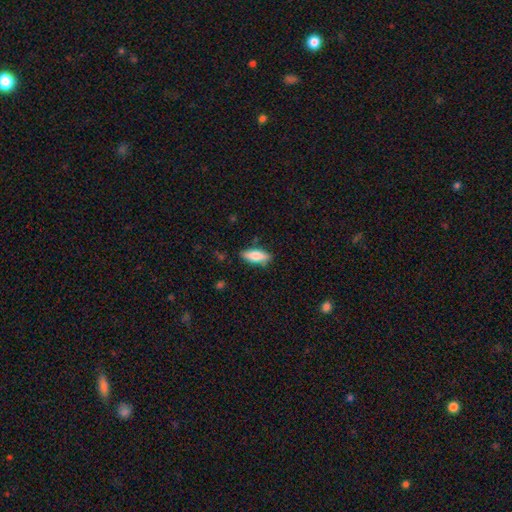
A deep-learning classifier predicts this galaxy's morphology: Smooth or featured?
  - smooth: 79% *
  - featured or disk: 15%
  - star or artifact: 6%
How rounded?
  - in between: 70% *
  - cigar-shaped: 28%
  - round: 2%
Merging?
  - none: 82% *
  - minor disturbance: 14%
  - major disturbance: 3%
  - merger: 2%